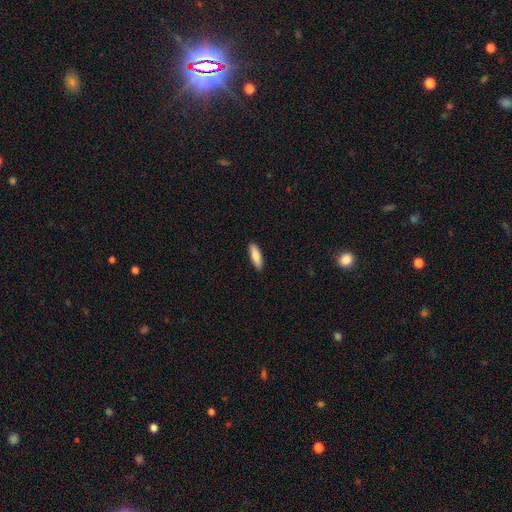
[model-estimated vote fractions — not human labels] Smooth or featured? Predicted: smooth (p=0.85). How rounded? Predicted: cigar-shaped (p=0.51). Merging? Predicted: none (p=0.90).